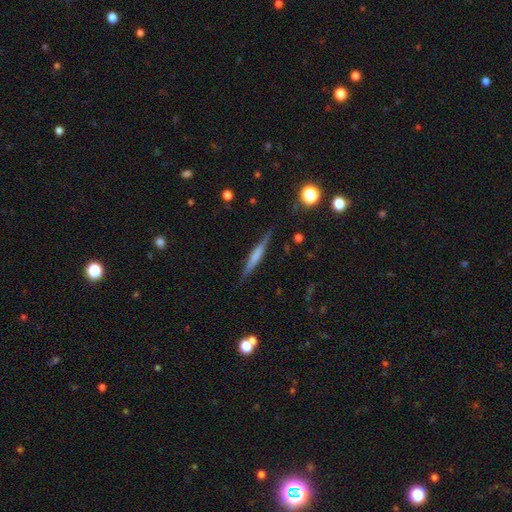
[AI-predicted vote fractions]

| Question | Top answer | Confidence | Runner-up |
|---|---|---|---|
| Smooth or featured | featured or disk | 51% | smooth (42%) |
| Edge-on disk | yes | 97% | no (3%) |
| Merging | none | 87% | minor disturbance (10%) |